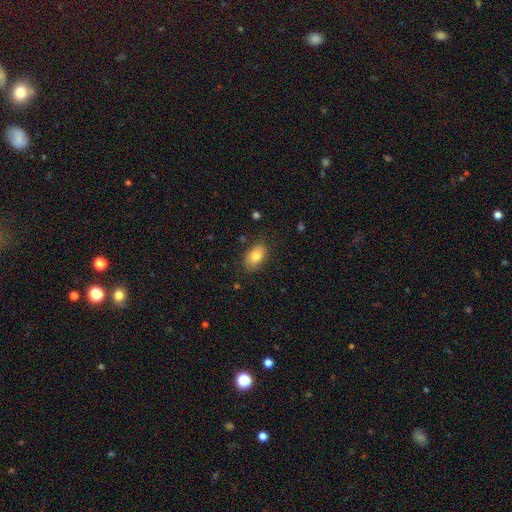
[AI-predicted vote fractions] Smooth or featured: smooth — 82% (featured or disk — 10%)
How rounded: in between — 89% (round — 9%)
Merging: none — 80% (minor disturbance — 15%)